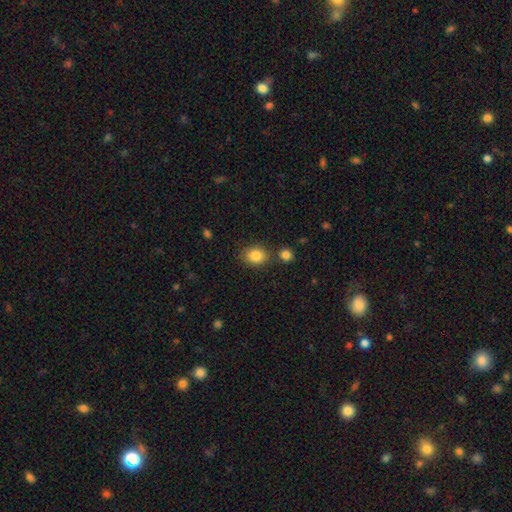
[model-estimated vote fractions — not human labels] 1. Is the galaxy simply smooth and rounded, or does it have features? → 85% smooth, 9% star or artifact, 6% featured or disk.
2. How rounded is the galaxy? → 54% round, 45% in between, 1% cigar-shaped.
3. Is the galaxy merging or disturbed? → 77% none, 11% minor disturbance, 9% merger, 3% major disturbance.